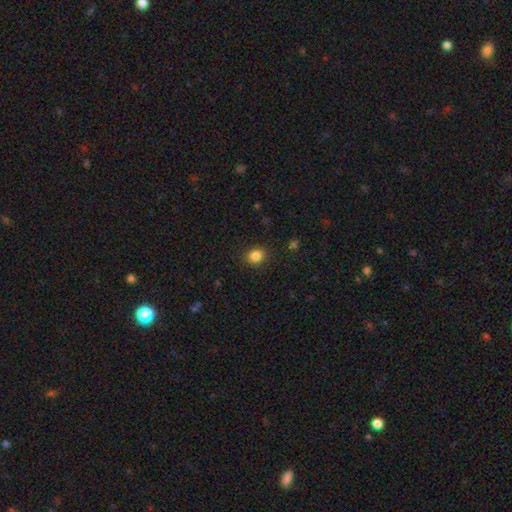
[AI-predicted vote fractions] Overall: smooth (84%). How rounded: round (66%; in between 33%). Merging: none (89%).